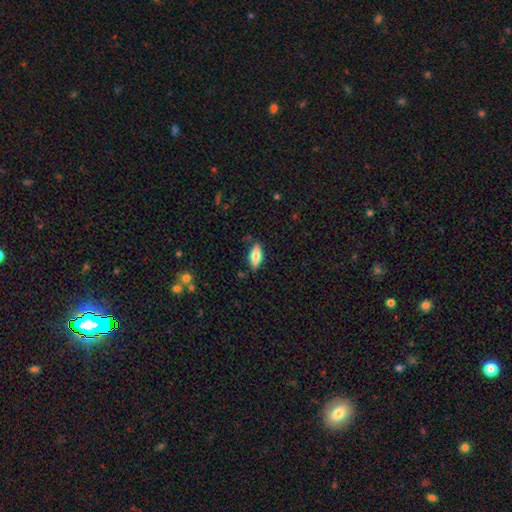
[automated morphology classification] A smooth galaxy with no disk features (62%) that is in between round and cigar-shaped (69%).

Vote fractions:
- Smooth or featured? smooth: 62% / featured or disk: 31% / star or artifact: 7%
- How rounded? in between: 69% / cigar-shaped: 28% / round: 3%
- Merging? none: 81% / minor disturbance: 14% / major disturbance: 3% / merger: 2%